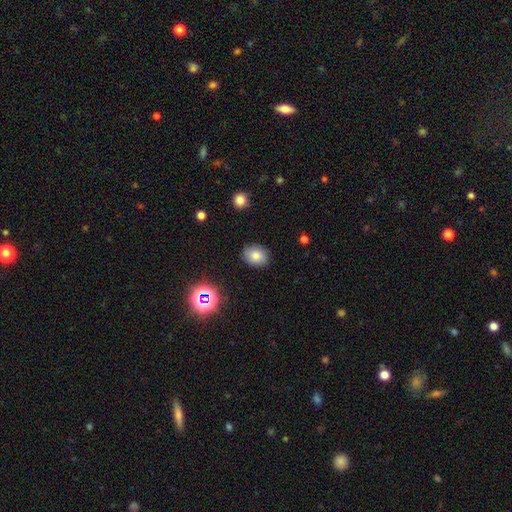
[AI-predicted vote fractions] The model was most divided on "how rounded": in between: 53%, round: 46%, cigar-shaped: 1%. More confident: merging — none (85%); smooth or featured — smooth (78%).